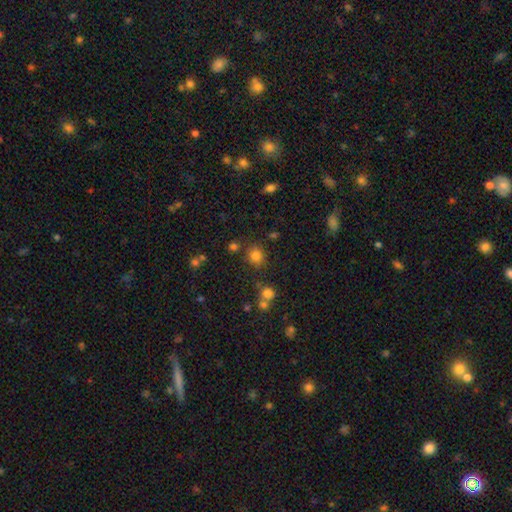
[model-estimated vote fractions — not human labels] smooth-or-featured: smooth: 80% | star or artifact: 15% | featured or disk: 5%
  how-rounded: round: 84% | in between: 15% | cigar-shaped: 1%
  merging: none: 79% | minor disturbance: 10% | merger: 7% | major disturbance: 4%